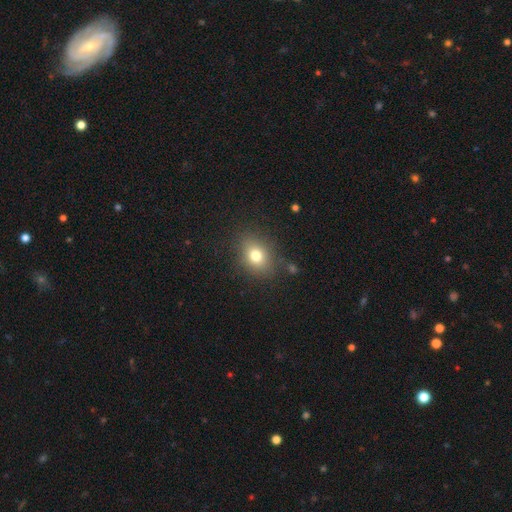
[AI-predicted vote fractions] Smooth or featured?
  - smooth: 76% *
  - star or artifact: 13%
  - featured or disk: 10%
How rounded?
  - round: 50% *
  - in between: 49%
  - cigar-shaped: 1%
Merging?
  - none: 83% *
  - minor disturbance: 11%
  - major disturbance: 4%
  - merger: 2%